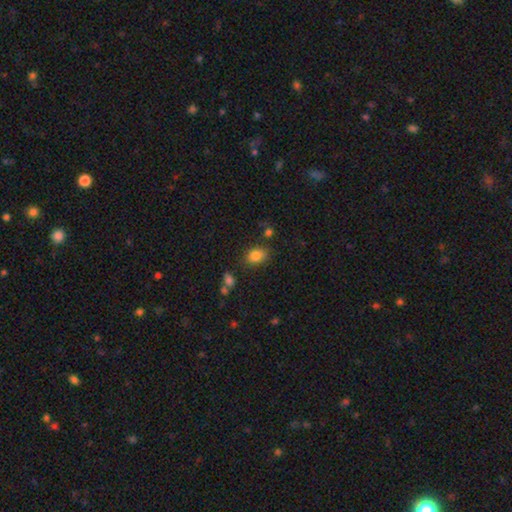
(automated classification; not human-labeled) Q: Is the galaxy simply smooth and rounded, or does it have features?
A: smooth — 83%.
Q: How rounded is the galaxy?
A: in between — 74%.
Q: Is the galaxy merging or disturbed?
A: none — 75%.